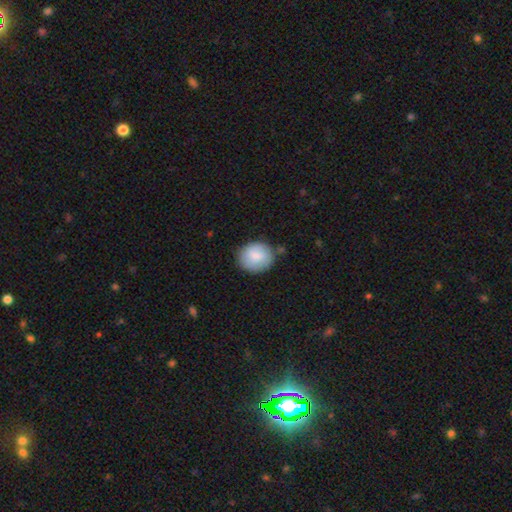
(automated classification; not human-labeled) Overall: smooth (76%). How rounded: round (71%). Merging: none (73%).